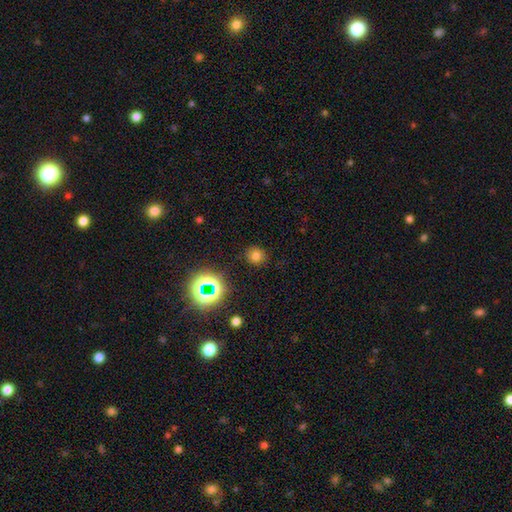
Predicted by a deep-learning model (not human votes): Morphology: type=smooth (71%); roundness=round (85%); merging=none (85%).